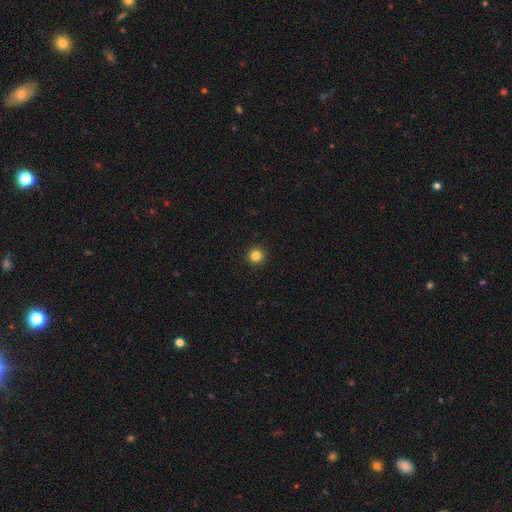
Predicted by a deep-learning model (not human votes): Smooth or featured: smooth — 83% (star or artifact — 12%)
How rounded: round — 95% (in between — 4%)
Merging: none — 94% (minor disturbance — 4%)